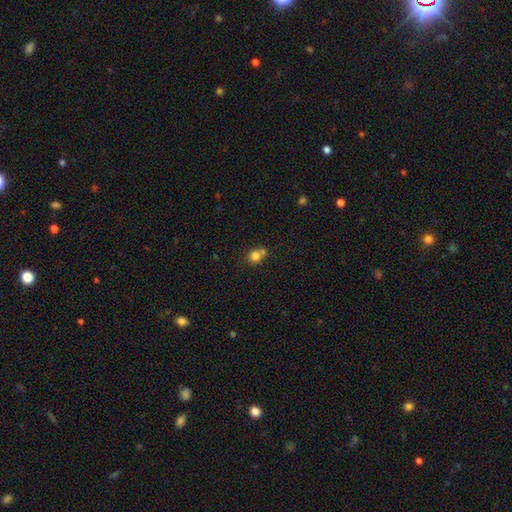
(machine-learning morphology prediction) This is likely a smooth galaxy (79%). How rounded: likely round (80%). Merging: possibly none (45%).